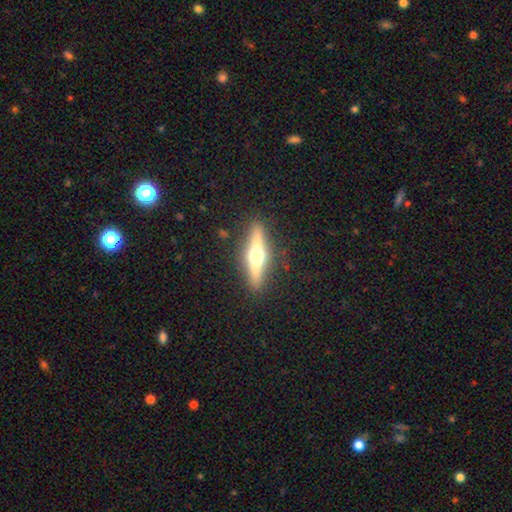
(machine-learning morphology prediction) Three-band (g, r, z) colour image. It shows a featured or disk galaxy (71%) viewed edge-on (96%) with a rounded central bulge (95%). Merging: none (90%).